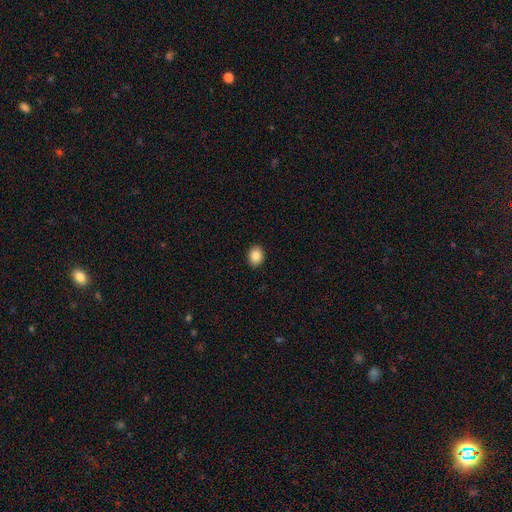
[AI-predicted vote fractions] Morphology: type=smooth (86%); roundness=in between (54%); merging=none (91%).